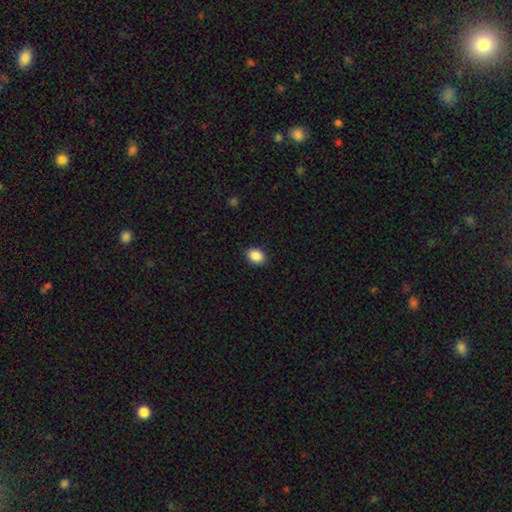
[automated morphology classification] Overall: smooth (89%). How rounded: in between (63%; round 36%). Merging: none (90%).